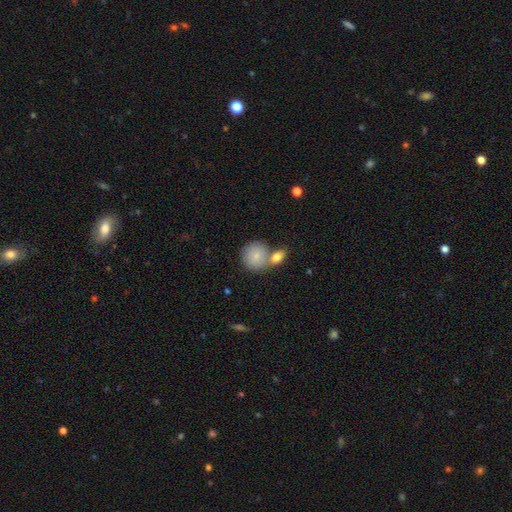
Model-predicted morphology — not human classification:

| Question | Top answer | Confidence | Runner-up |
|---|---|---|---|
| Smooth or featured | smooth | 82% | featured or disk (11%) |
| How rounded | round | 85% | in between (14%) |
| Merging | none | 47% | merger (40%) |